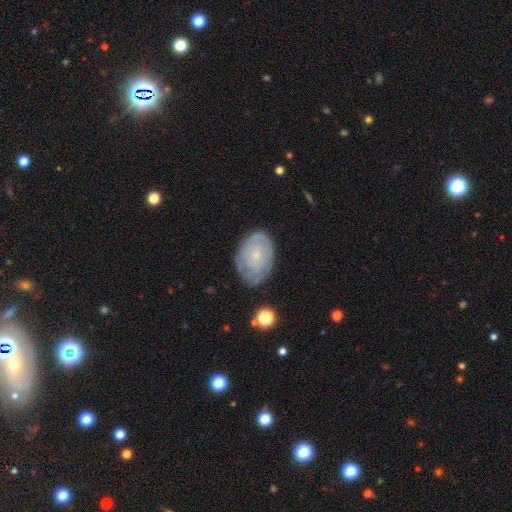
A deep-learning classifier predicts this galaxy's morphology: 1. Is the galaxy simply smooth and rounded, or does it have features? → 61% featured or disk, 32% smooth, 7% star or artifact.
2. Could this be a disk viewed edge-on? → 96% no, 4% yes.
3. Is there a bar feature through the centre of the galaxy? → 80% no, 17% weak, 3% strong.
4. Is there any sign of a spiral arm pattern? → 75% yes, 25% no.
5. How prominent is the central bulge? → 77% small, 15% moderate, 6% none, 1% large, 1% dominant.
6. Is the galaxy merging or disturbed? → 70% none, 21% minor disturbance, 7% major disturbance, 2% merger.